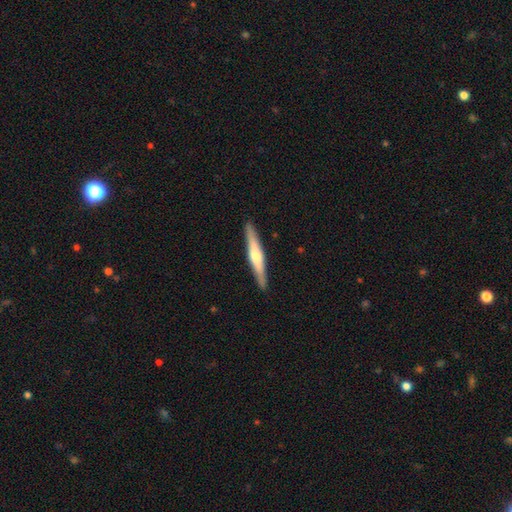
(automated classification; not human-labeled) This is likely a featured or disk galaxy (63%). It is clearly viewed edge-on (97%). Edge-on bulge: clearly rounded (86%). Merging: clearly none (91%).